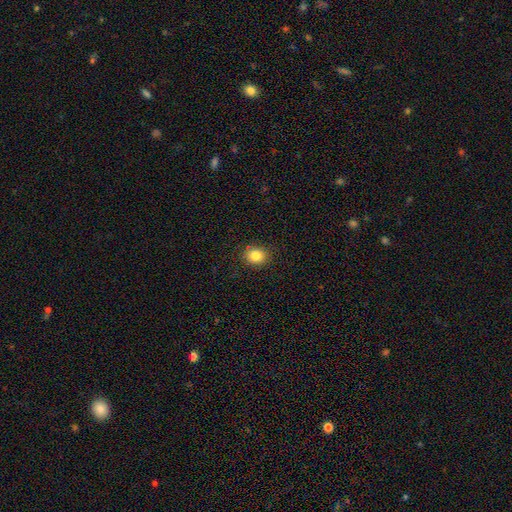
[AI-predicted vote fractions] Smooth or featured: smooth — 83% (star or artifact — 11%)
How rounded: round — 69% (in between — 30%)
Merging: none — 89% (minor disturbance — 8%)